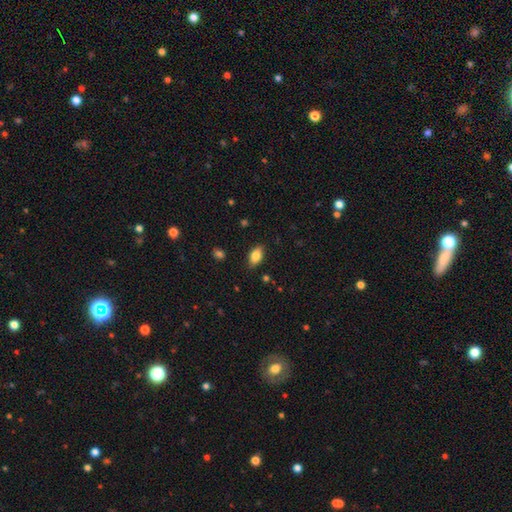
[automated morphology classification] Smooth or featured? Predicted: smooth (p=0.80). How rounded? Predicted: in between (p=0.89). Merging? Predicted: none (p=0.85).